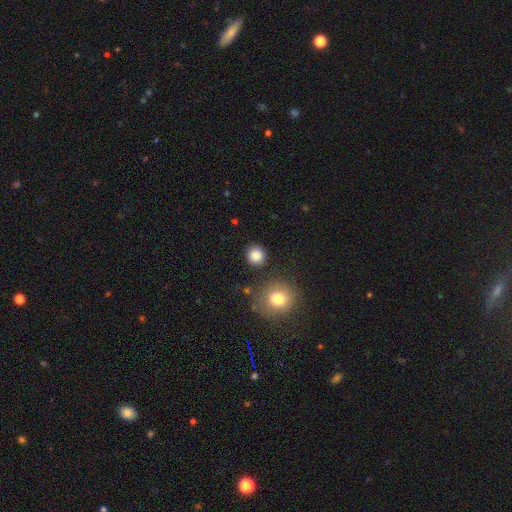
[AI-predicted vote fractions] smooth-or-featured: smooth: 86% | star or artifact: 11% | featured or disk: 4%
  how-rounded: round: 92% | in between: 7% | cigar-shaped: 1%
  merging: none: 87% | minor disturbance: 7% | merger: 3% | major disturbance: 3%